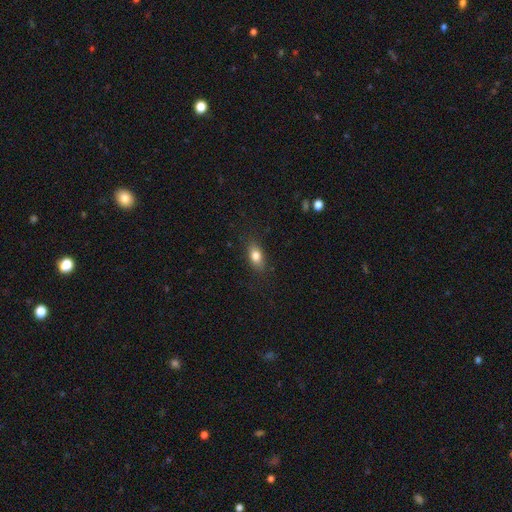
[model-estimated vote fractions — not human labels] smooth-or-featured: smooth: 82% | featured or disk: 10% | star or artifact: 8%
  how-rounded: in between: 84% | round: 9% | cigar-shaped: 7%
  merging: none: 84% | minor disturbance: 12% | major disturbance: 3% | merger: 1%